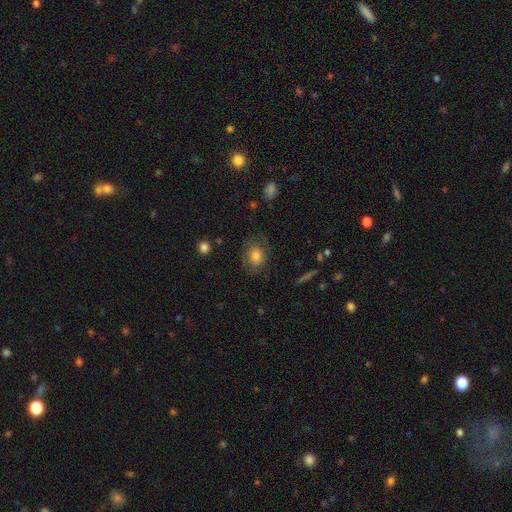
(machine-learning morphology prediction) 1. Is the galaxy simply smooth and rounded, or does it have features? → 74% smooth, 17% featured or disk, 9% star or artifact.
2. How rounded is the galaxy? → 57% round, 42% in between, 1% cigar-shaped.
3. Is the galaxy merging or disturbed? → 74% none, 17% minor disturbance, 7% major disturbance, 1% merger.